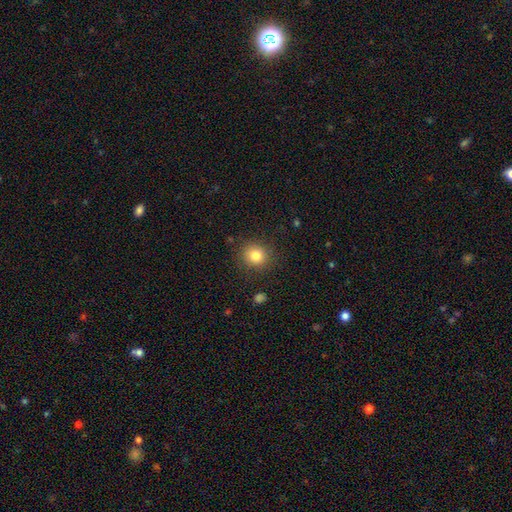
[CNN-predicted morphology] A smooth galaxy with no disk features (81%) that is round (86%). Merging: none (87%).